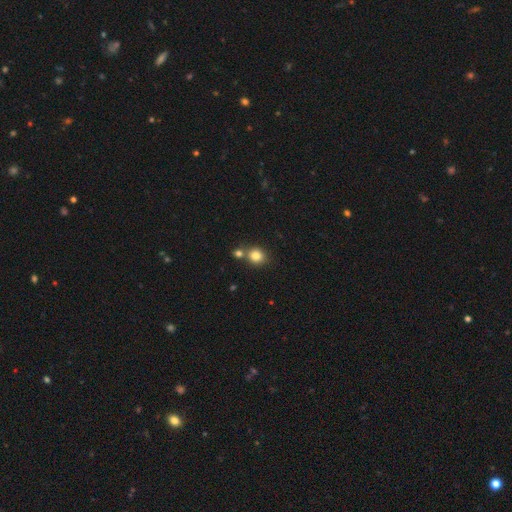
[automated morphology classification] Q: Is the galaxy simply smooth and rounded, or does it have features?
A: smooth — 82%.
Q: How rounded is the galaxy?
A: round — 80%.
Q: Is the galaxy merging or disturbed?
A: none — 62%.